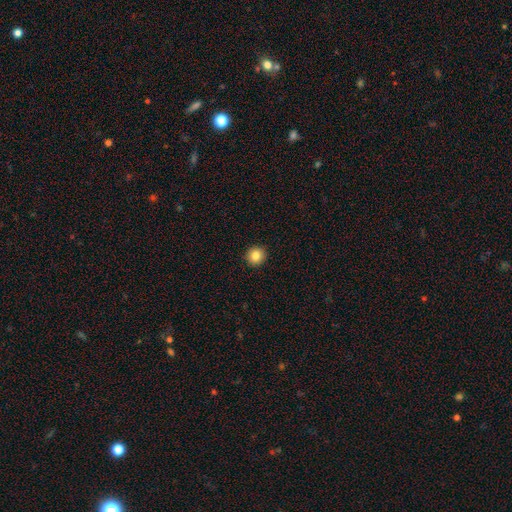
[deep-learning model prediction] A smooth galaxy with no disk features (84%) that is round (92%).

Vote fractions:
- Smooth or featured? smooth: 84% / star or artifact: 10% / featured or disk: 6%
- How rounded? round: 92% / in between: 7% / cigar-shaped: 1%
- Merging? none: 93% / minor disturbance: 5% / major disturbance: 1% / merger: 1%